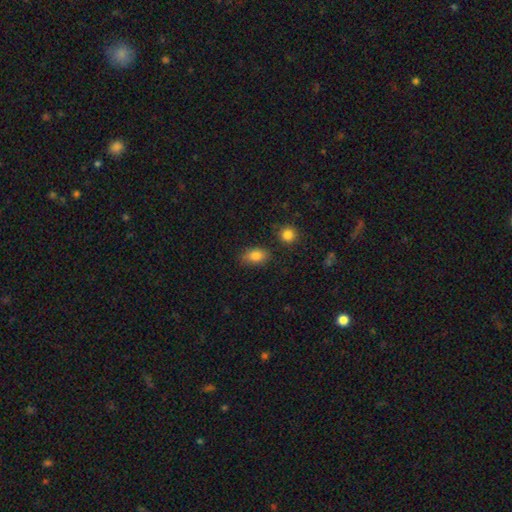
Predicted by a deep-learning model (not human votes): smooth 83%, star or artifact 9%, featured or disk 8%. Down the decision tree: how rounded — in between (83%); merging — none (78%).